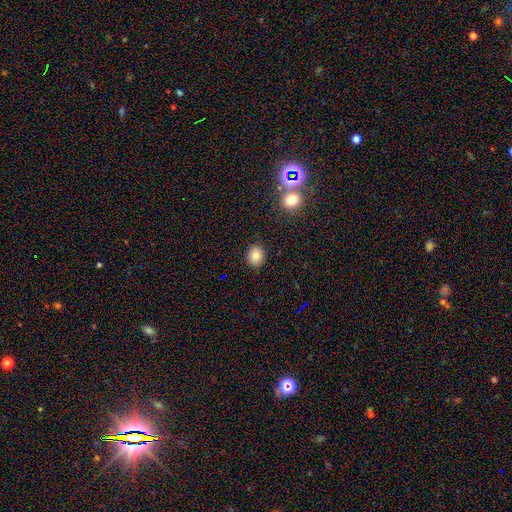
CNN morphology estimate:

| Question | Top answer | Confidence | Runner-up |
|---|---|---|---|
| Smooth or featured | smooth | 82% | star or artifact (10%) |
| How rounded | round | 60% | in between (39%) |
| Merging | none | 89% | minor disturbance (7%) |